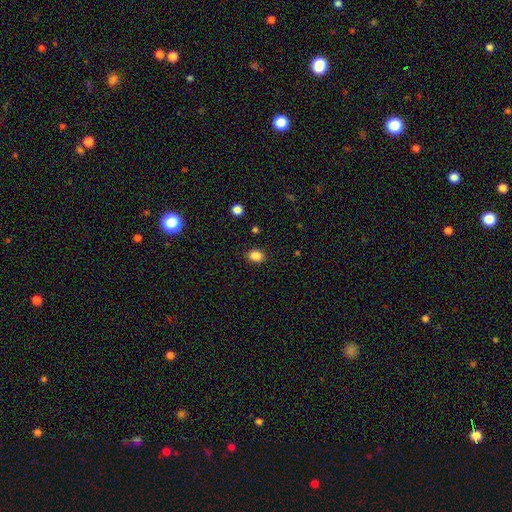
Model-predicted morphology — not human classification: smooth_or_featured: smooth (p=0.86) [alt: star or artifact p=0.10]
how_rounded: in between (p=0.66) [alt: round p=0.33]
merging: none (p=0.88) [alt: minor disturbance p=0.09]